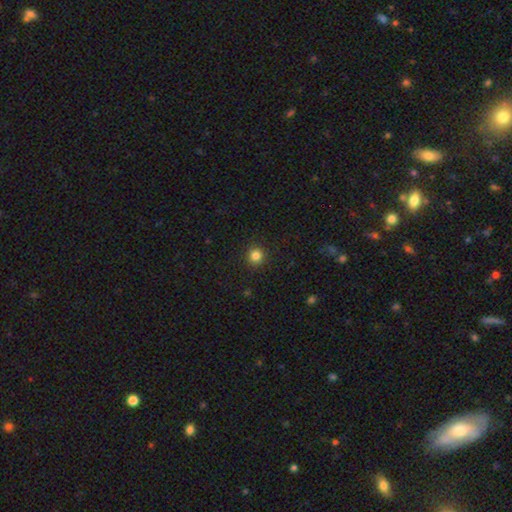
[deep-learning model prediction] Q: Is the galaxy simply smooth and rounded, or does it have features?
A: smooth — 83%.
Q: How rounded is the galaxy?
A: round — 93%.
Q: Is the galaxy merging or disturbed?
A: none — 92%.